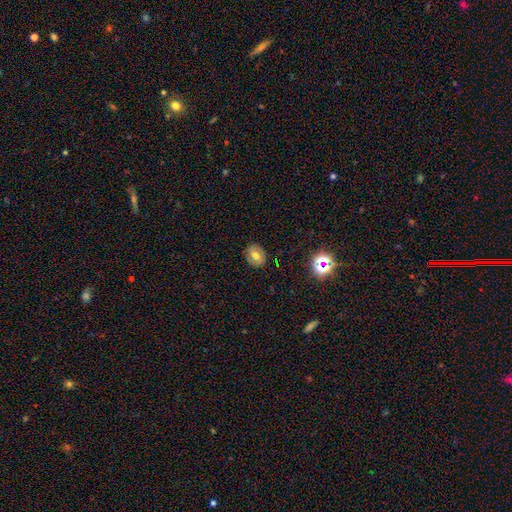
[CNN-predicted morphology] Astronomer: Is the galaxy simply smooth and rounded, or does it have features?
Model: smooth — 55% (runner-up: featured or disk, 31%).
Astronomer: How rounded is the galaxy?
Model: round — 52% (runner-up: in between, 47%).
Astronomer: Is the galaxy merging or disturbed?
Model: none — 85%.